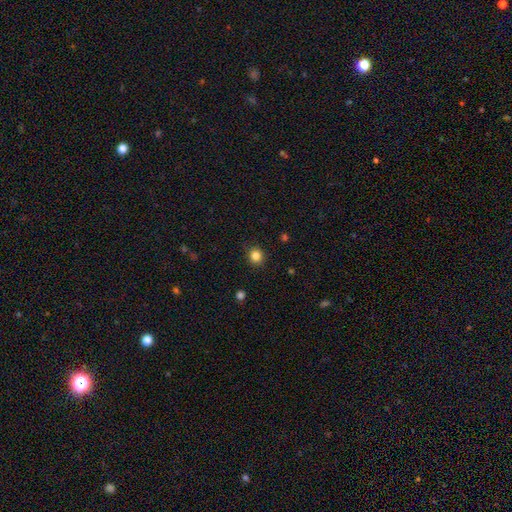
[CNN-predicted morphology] A smooth galaxy with no disk features (84%) that is round (88%). Merging: none (89%).